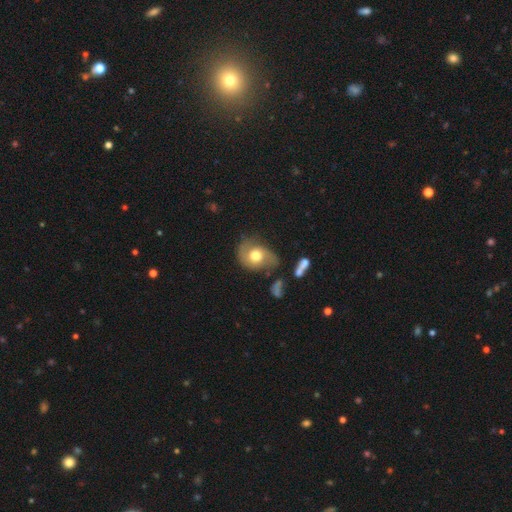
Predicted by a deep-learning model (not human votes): Smooth or featured: featured or disk — 53% (smooth — 39%)
Edge-on disk: no — 95% (yes — 5%)
Bar: no — 77% (weak — 19%)
Spiral arms: yes — 75% (no — 25%)
Bulge size: moderate — 66% (large — 25%)
Merging: none — 52% (minor disturbance — 27%)